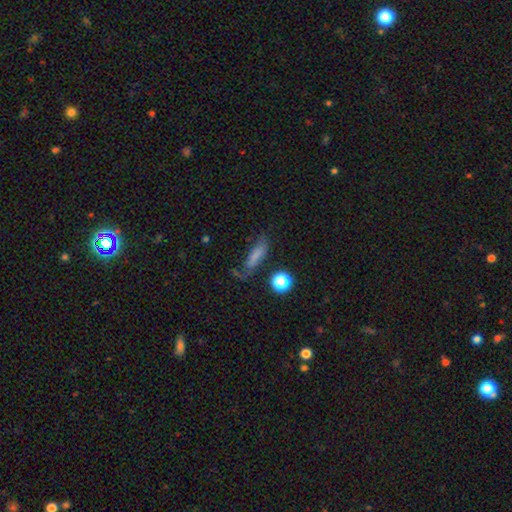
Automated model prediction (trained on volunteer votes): Morphology: type=smooth (68%); roundness=cigar-shaped (57%); merging=none (52%).